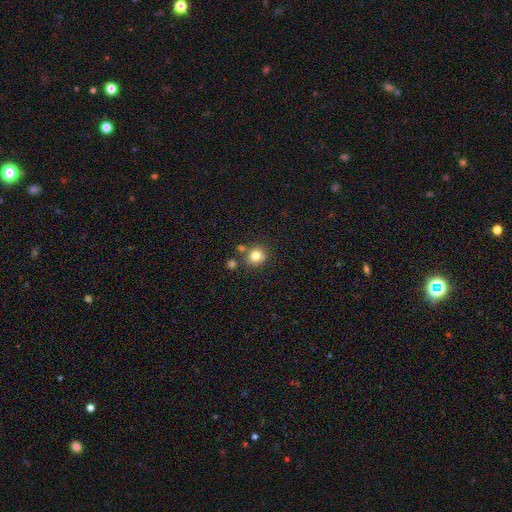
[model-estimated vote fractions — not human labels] Smooth or featured? smooth (79%)
How rounded? round (84%)
Merging? none (71%)